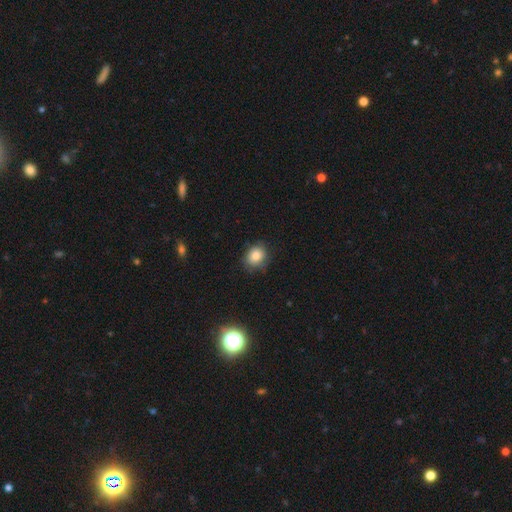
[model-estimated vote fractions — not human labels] smooth-or-featured: smooth: 82% | star or artifact: 10% | featured or disk: 8%
  how-rounded: round: 68% | in between: 31% | cigar-shaped: 1%
  merging: none: 76% | minor disturbance: 19% | major disturbance: 4% | merger: 1%